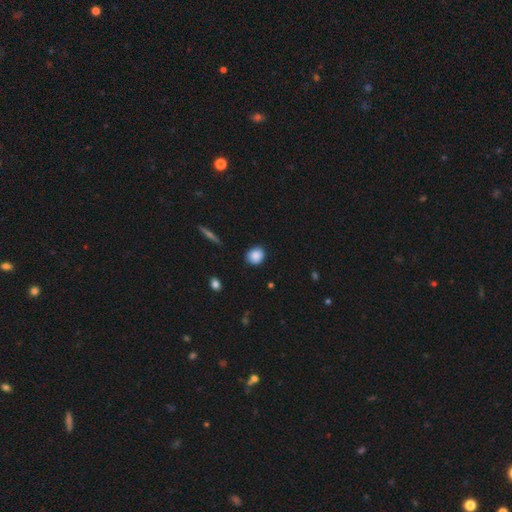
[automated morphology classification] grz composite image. It shows a smooth galaxy with no disk features (87%) that is round (75%). Merging: none (85%).